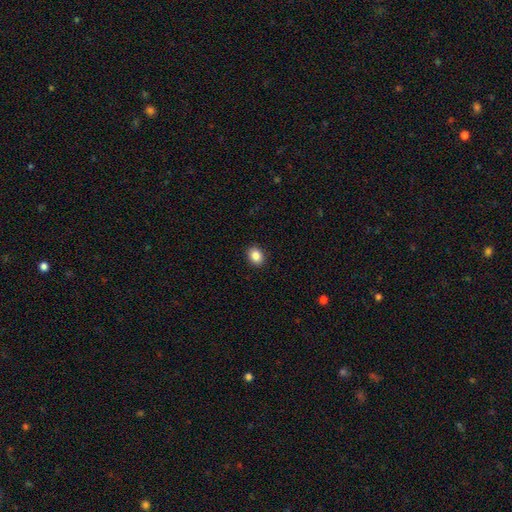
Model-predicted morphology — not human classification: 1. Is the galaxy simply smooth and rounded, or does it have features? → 86% smooth, 9% star or artifact, 5% featured or disk.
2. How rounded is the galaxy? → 50% round, 49% in between, 1% cigar-shaped.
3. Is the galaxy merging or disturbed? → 91% none, 6% minor disturbance, 2% major disturbance, 1% merger.